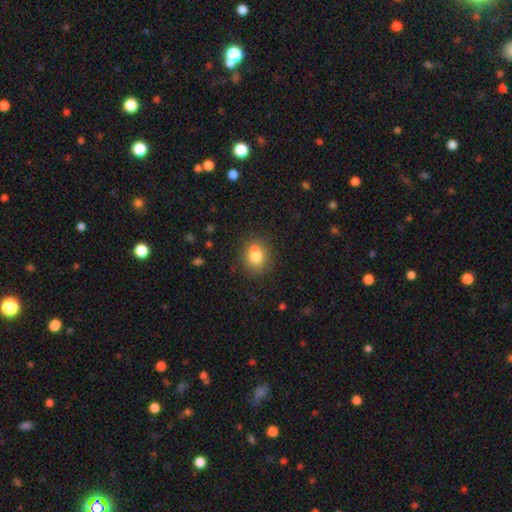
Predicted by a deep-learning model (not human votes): Overall: smooth (78%). How rounded: round (63%; in between 35%). Merging: none (66%).